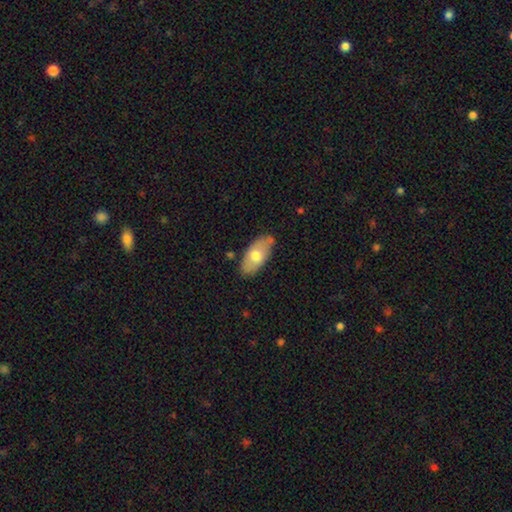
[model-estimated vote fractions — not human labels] Smooth or featured? Predicted: smooth (p=0.66). How rounded? Predicted: in between (p=0.91). Merging? Predicted: none (p=0.77).